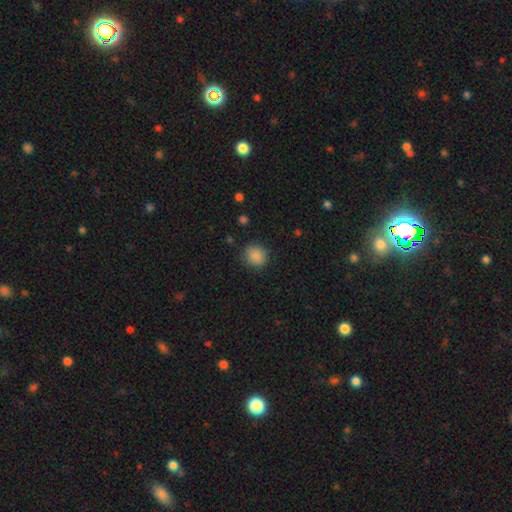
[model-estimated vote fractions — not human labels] smooth_or_featured: smooth (p=0.87) [alt: star or artifact p=0.09]
how_rounded: round (p=0.85) [alt: in between p=0.14]
merging: none (p=0.86) [alt: minor disturbance p=0.10]